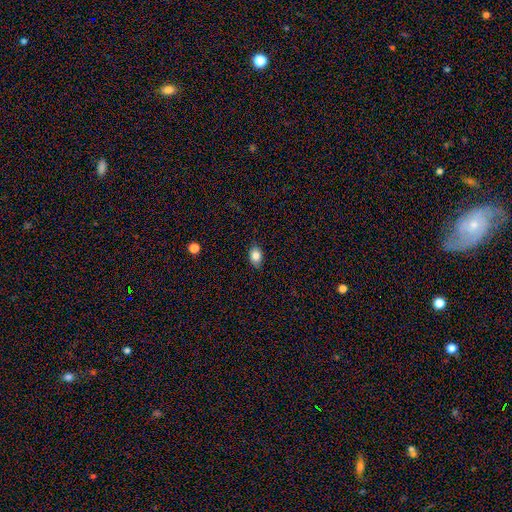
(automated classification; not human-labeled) A smooth galaxy with no disk features (83%) that is in between round and cigar-shaped (75%). Merging: none (83%).